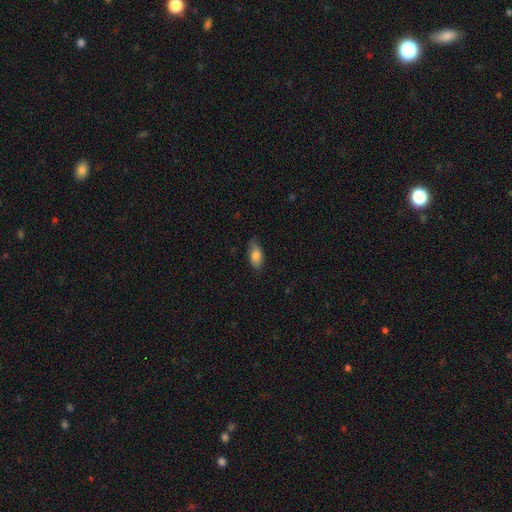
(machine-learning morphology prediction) Smooth or featured: smooth — 81% (featured or disk — 12%)
How rounded: in between — 88% (cigar-shaped — 8%)
Merging: none — 75% (minor disturbance — 20%)